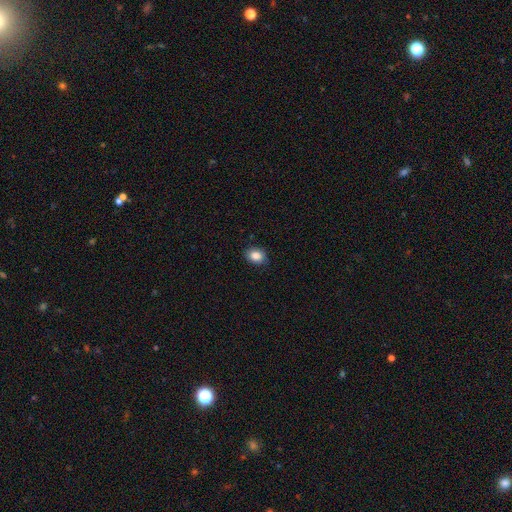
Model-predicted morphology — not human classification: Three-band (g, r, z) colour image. It shows a smooth galaxy with no disk features (86%) that is in between round and cigar-shaped (62%). Merging: none (87%).